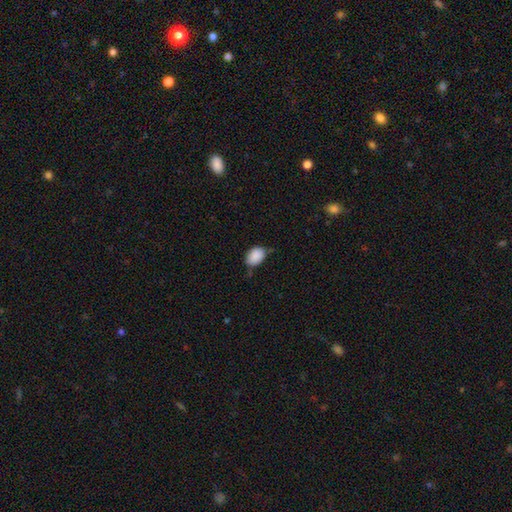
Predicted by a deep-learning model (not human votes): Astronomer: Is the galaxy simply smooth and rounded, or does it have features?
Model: smooth — 89%.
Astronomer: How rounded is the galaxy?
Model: in between — 79%.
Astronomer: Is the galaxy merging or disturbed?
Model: none — 61%.